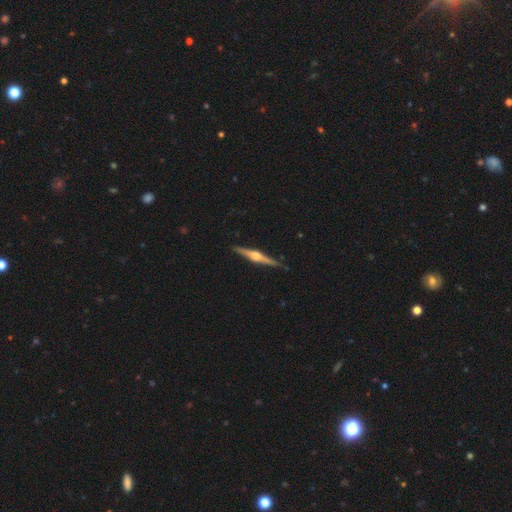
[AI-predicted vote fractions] Overall: featured or disk (82%). Edge-on disk: yes (98%). Edge-on bulge: rounded (92%). Merging: none (90%).